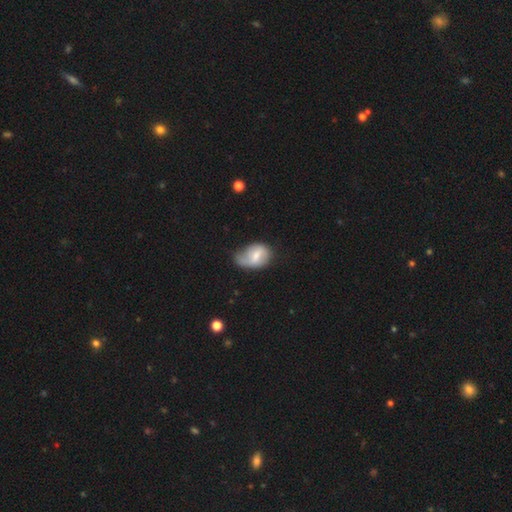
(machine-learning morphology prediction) Overall: smooth (52%; featured or disk 41%). How rounded: in between (78%). Merging: minor disturbance (42%; none 32%).